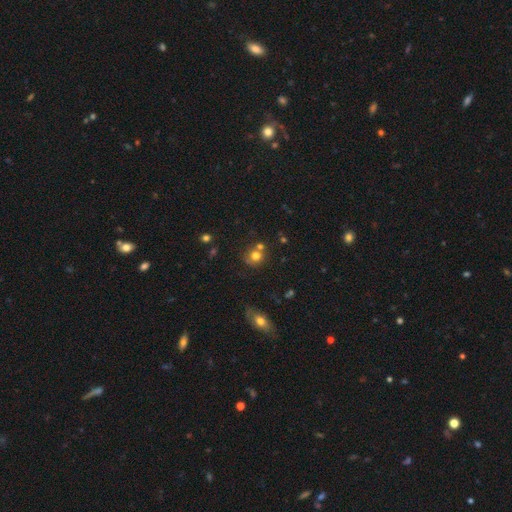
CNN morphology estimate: The model was most divided on "merging": none: 54%, merger: 28%, minor disturbance: 12%, major disturbance: 5%. More confident: how rounded — round (82%); smooth or featured — smooth (73%).